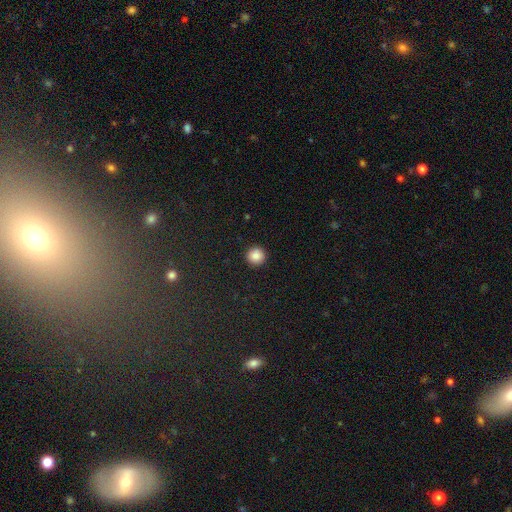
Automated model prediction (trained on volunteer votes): A smooth galaxy with no disk features (86%) that is round (96%). Merging: none (93%).